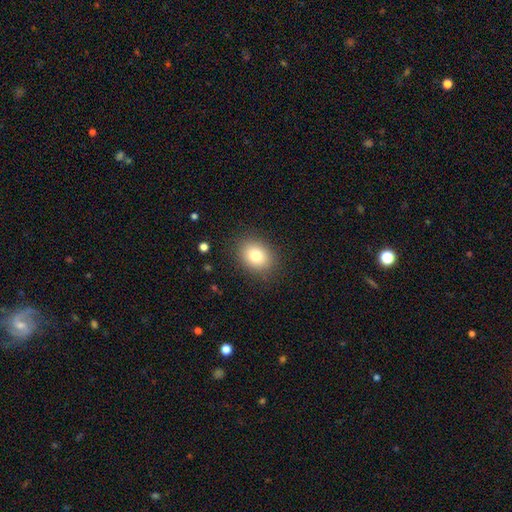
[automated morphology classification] smooth 82%, star or artifact 10%, featured or disk 8%. Down the decision tree: how rounded — in between (58%); merging — none (86%).